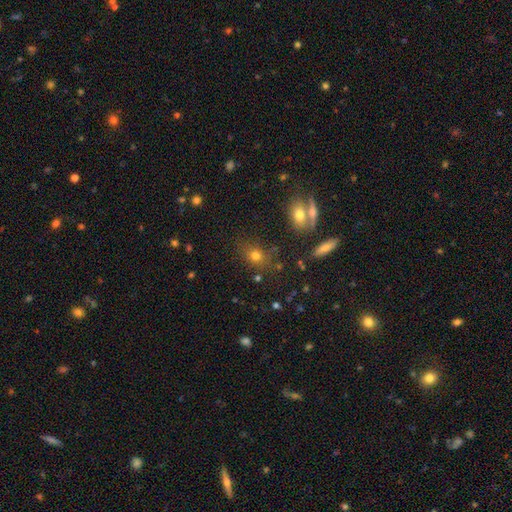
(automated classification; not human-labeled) Q: Smooth or featured?
A: smooth (73%); runner-up: star or artifact (17%)
Q: How rounded?
A: round (57%); runner-up: in between (40%)
Q: Merging?
A: none (71%); runner-up: minor disturbance (13%)